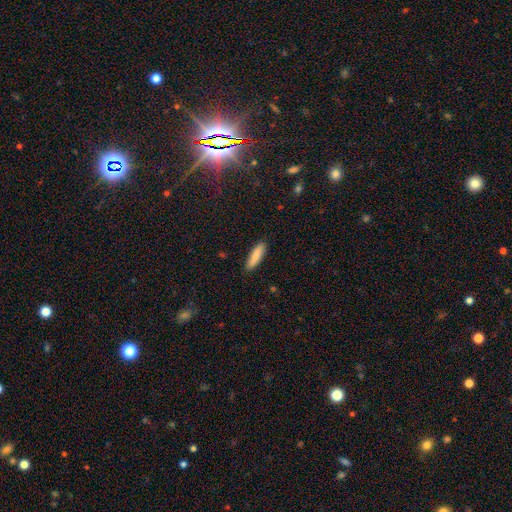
A smooth galaxy with no disk features (85%) that is cigar-shaped (68%). Merging: none (97%).